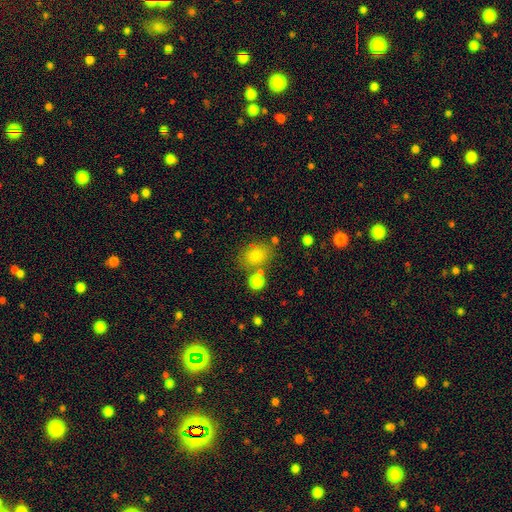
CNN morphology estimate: Smooth or featured? Predicted: smooth (p=0.78). How rounded? Predicted: in between (p=0.56). Merging? Predicted: none (p=0.68).